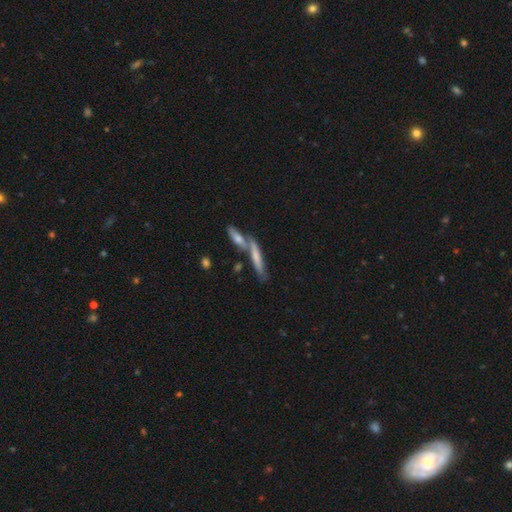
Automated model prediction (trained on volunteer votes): Smooth or featured? Predicted: smooth (p=0.57). How rounded? Predicted: cigar-shaped (p=0.83). Merging? Predicted: none (p=0.50).